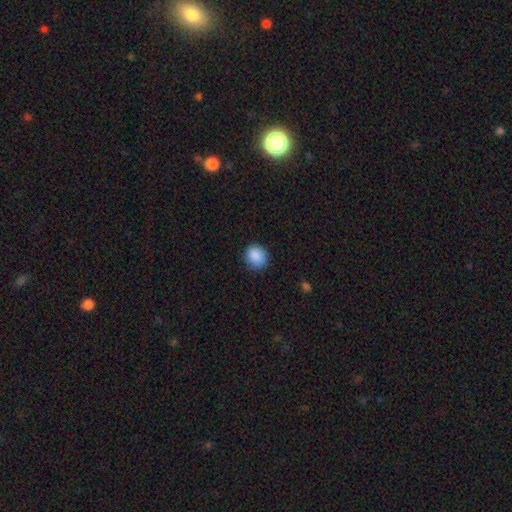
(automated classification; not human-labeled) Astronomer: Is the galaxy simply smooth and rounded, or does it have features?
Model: smooth — 88%.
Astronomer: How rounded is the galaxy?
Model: round — 79%.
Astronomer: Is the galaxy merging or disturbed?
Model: none — 81%.